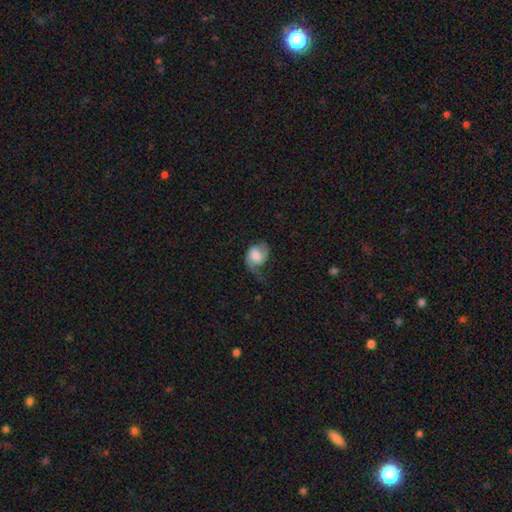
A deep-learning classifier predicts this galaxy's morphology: This is possibly a featured or disk galaxy (50%). Merging: marginally major disturbance (38%).